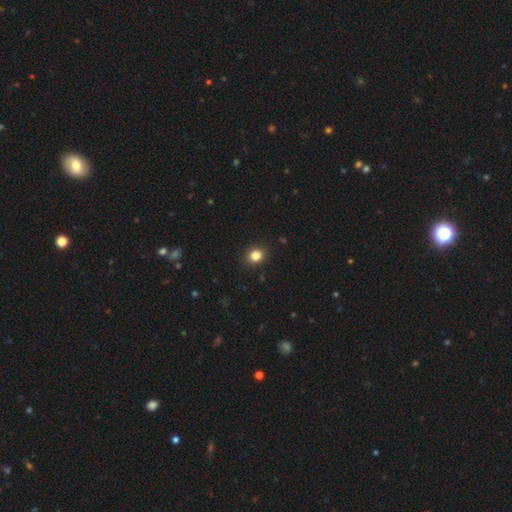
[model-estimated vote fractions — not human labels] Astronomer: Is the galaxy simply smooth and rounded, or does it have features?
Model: smooth — 84%.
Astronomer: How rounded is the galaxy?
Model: round — 70%.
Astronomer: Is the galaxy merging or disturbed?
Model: none — 90%.